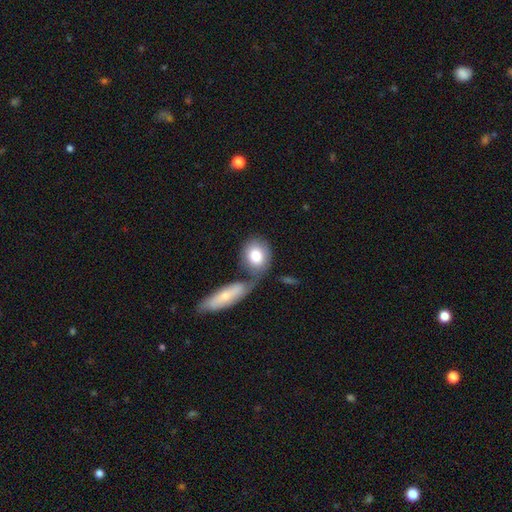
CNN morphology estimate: type=smooth (79%); roundness=round (49%, tied with in between); merging=none (41%).